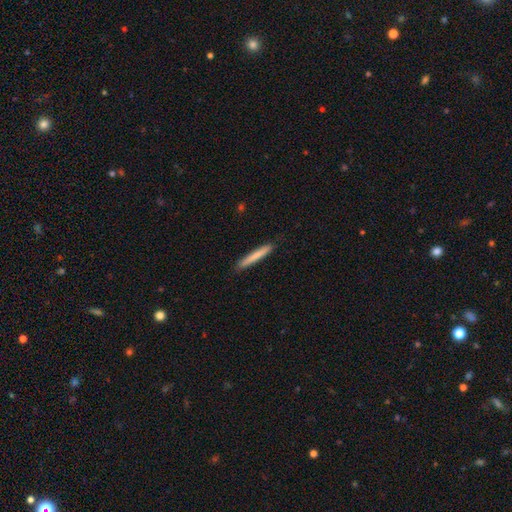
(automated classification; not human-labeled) This appears to be a smooth galaxy with no disk features (77%) that is cigar-shaped (96%). Merging: none (88%).